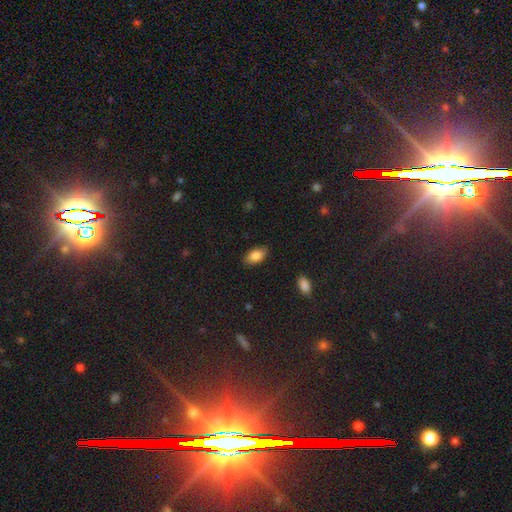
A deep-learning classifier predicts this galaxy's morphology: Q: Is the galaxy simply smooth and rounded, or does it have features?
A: smooth — 84%.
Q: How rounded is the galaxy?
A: in between — 92%.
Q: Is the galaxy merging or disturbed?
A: none — 86%.